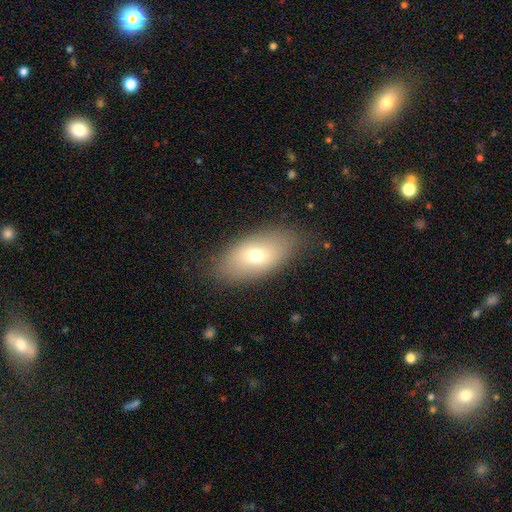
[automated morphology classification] A smooth galaxy with no disk features (70%) that is in between round and cigar-shaped (90%).

Vote fractions:
- Smooth or featured? smooth: 70% / featured or disk: 22% / star or artifact: 9%
- How rounded? in between: 90% / round: 5% / cigar-shaped: 5%
- Merging? none: 81% / minor disturbance: 13% / major disturbance: 5% / merger: 1%